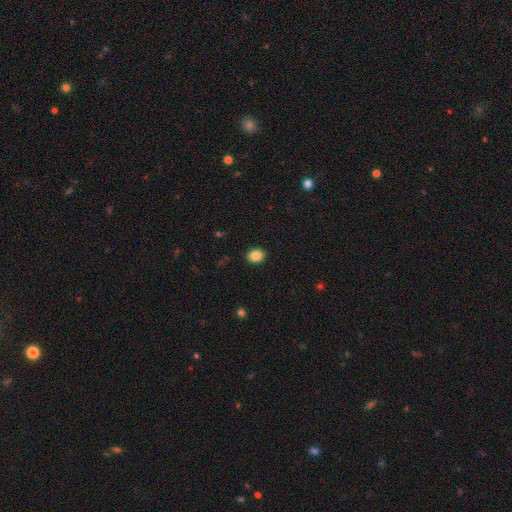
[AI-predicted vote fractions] This is clearly a smooth galaxy (86%). How rounded: possibly in between (60%). Merging: clearly none (90%).